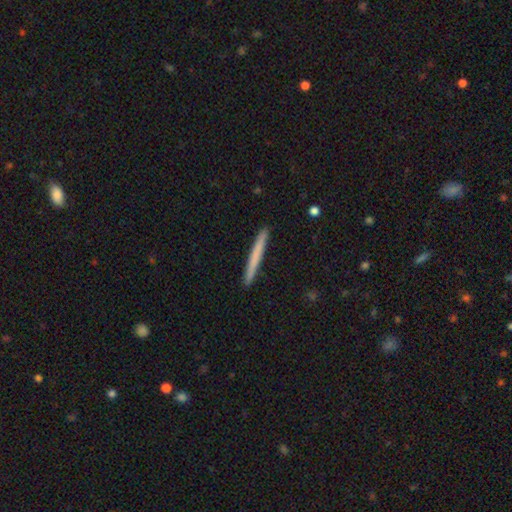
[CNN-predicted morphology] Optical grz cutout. It shows a smooth galaxy with no disk features (67%) that is cigar-shaped (97%). Merging: none (93%).